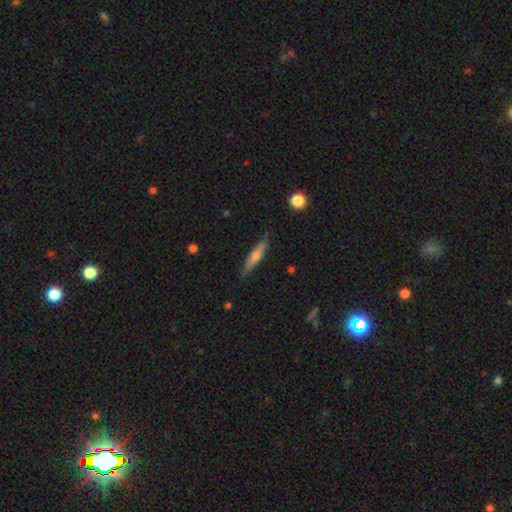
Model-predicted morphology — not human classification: The model was most divided on "smooth or featured": featured or disk: 49%, smooth: 44%, star or artifact: 7%. More confident: merging — none (86%).